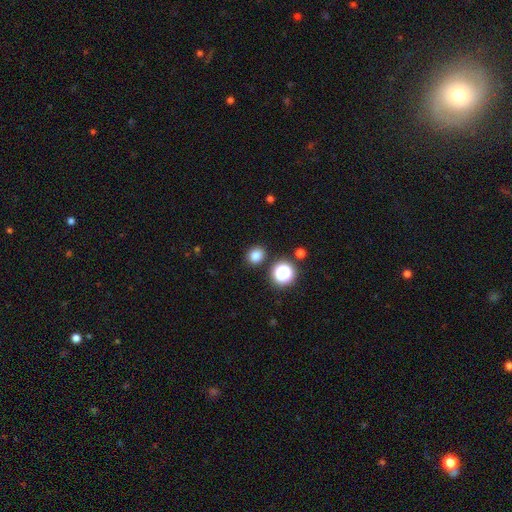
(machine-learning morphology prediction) Smooth or featured? smooth (80%)
How rounded? round (69%)
Merging? none (86%)